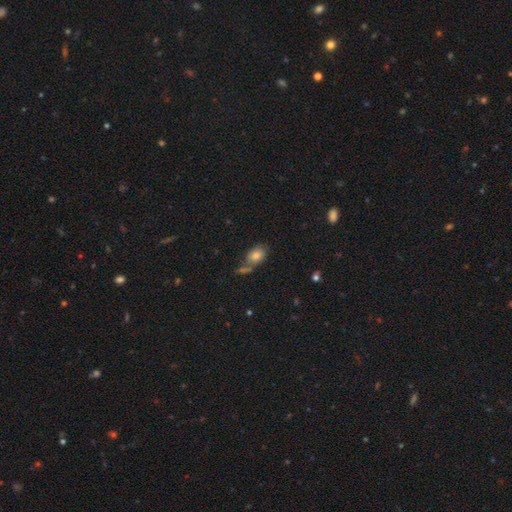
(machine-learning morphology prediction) Smooth or featured? Predicted: smooth (p=0.75). How rounded? Predicted: in between (p=0.81). Merging? Predicted: none (p=0.47).